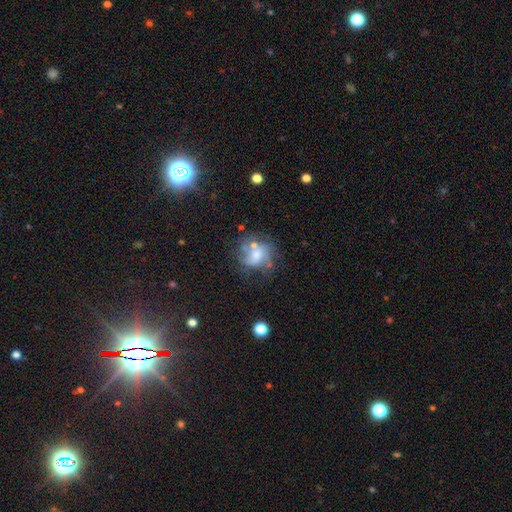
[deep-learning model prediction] A featured or disk galaxy (54%) with no bar (69%), spiral arms (62%) and a moderate central bulge (46%). Merging: none (48%).